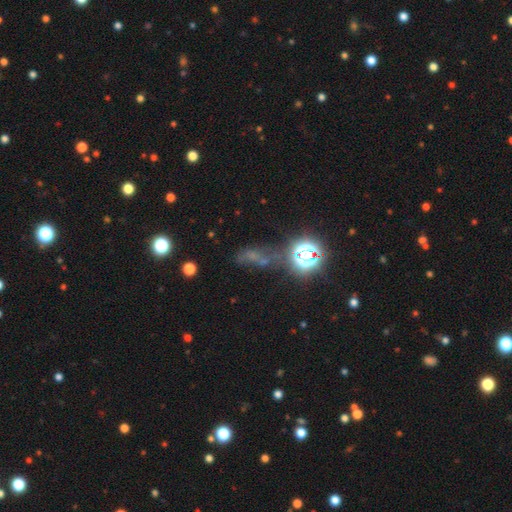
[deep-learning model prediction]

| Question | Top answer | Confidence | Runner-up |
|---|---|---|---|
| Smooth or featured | star or artifact | 59% | smooth (25%) |